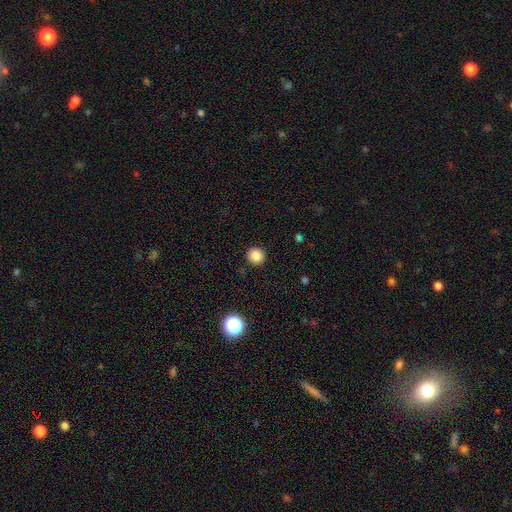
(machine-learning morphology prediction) A smooth galaxy with no disk features (86%) that is round (93%).

Vote fractions:
- Smooth or featured? smooth: 86% / star or artifact: 11% / featured or disk: 4%
- How rounded? round: 93% / in between: 6% / cigar-shaped: 1%
- Merging? none: 91% / minor disturbance: 6% / major disturbance: 2% / merger: 1%